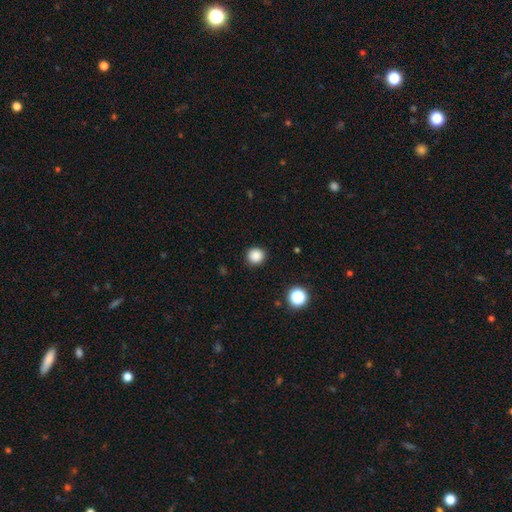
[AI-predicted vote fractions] smooth_or_featured: smooth (p=0.86) [alt: star or artifact p=0.11]
how_rounded: round (p=0.92) [alt: in between p=0.07]
merging: none (p=0.91) [alt: minor disturbance p=0.06]